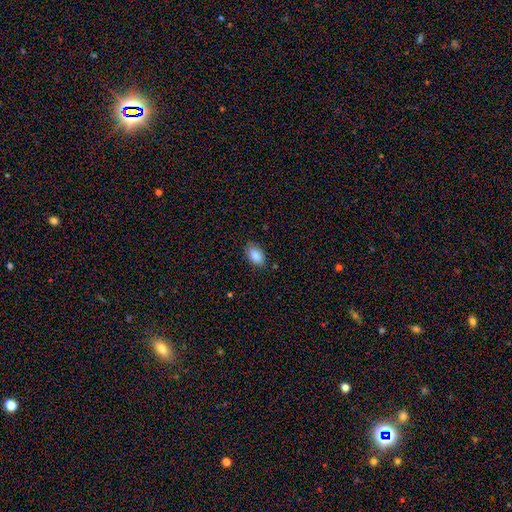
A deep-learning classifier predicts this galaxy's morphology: Q: Smooth or featured?
A: smooth (88%); runner-up: star or artifact (7%)
Q: How rounded?
A: in between (92%); runner-up: round (6%)
Q: Merging?
A: none (83%); runner-up: minor disturbance (13%)